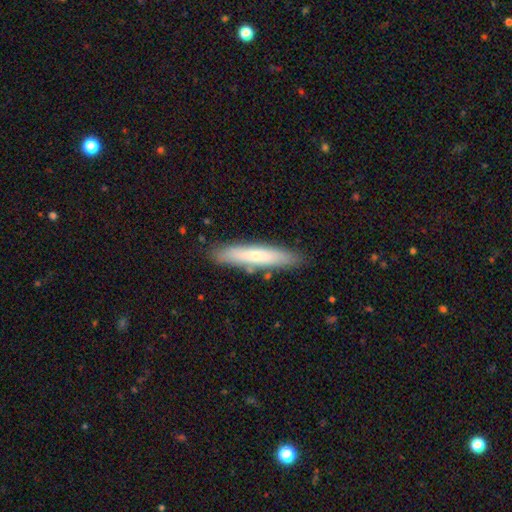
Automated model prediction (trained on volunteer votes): Morphology: type=smooth (60%); roundness=cigar-shaped (88%); merging=none (85%).